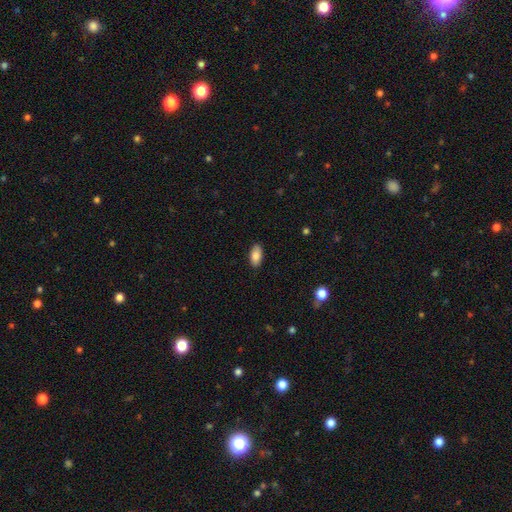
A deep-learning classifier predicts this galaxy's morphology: This appears to be a smooth galaxy with no disk features (84%) that is in between round and cigar-shaped (92%). Merging: none (88%).